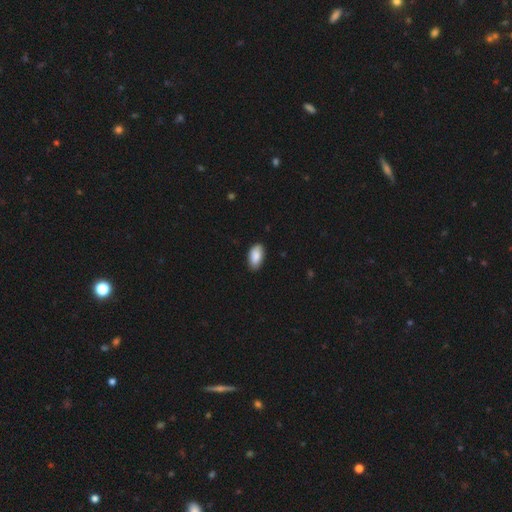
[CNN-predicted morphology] A smooth galaxy with no disk features (88%) that is in between round and cigar-shaped (95%). Merging: none (84%).